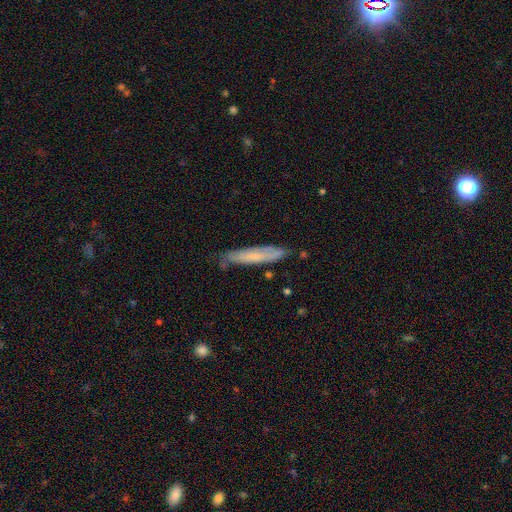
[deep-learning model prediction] This is possibly a smooth galaxy (53%). How rounded: clearly cigar-shaped (90%). Merging: likely none (76%).